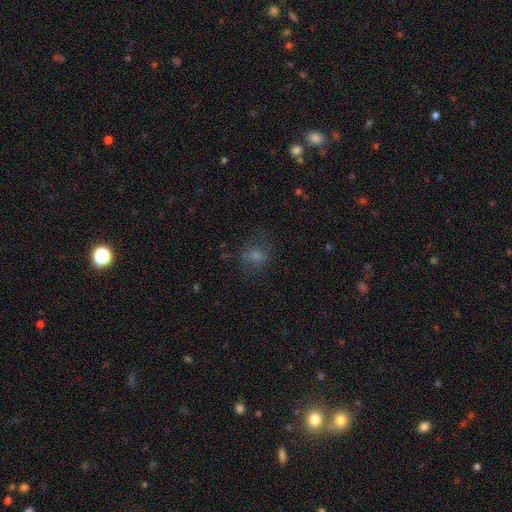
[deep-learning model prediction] Morphology: type=smooth (67%); roundness=round (65%); merging=none (68%).